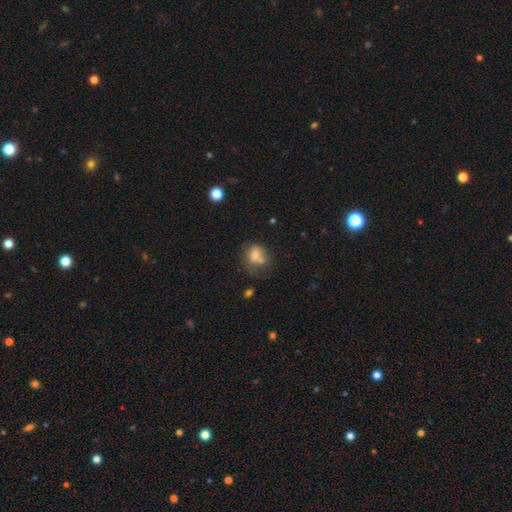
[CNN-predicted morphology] type=smooth (71%); roundness=round (56%); merging=none (38%).